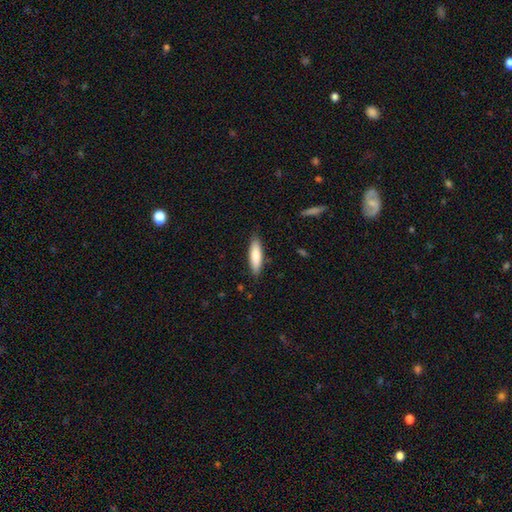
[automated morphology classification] smooth-or-featured: smooth: 81% | featured or disk: 13% | star or artifact: 5%
  how-rounded: cigar-shaped: 61% | in between: 38% | round: 1%
  merging: none: 86% | minor disturbance: 11% | major disturbance: 2% | merger: 1%